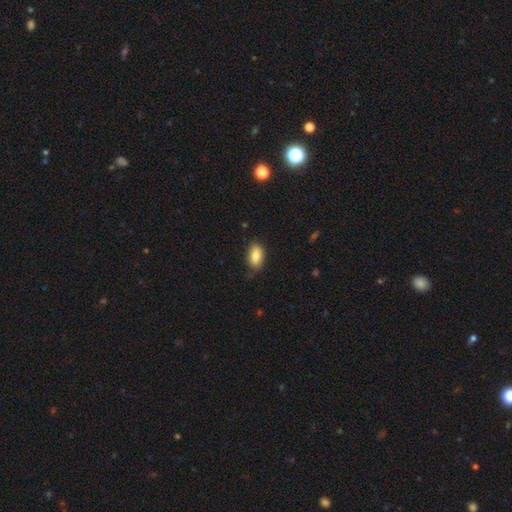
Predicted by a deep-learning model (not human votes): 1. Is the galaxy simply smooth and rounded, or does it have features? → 83% smooth, 10% featured or disk, 7% star or artifact.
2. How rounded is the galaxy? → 91% in between, 6% round, 3% cigar-shaped.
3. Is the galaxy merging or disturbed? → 79% none, 17% minor disturbance, 3% major disturbance, 1% merger.